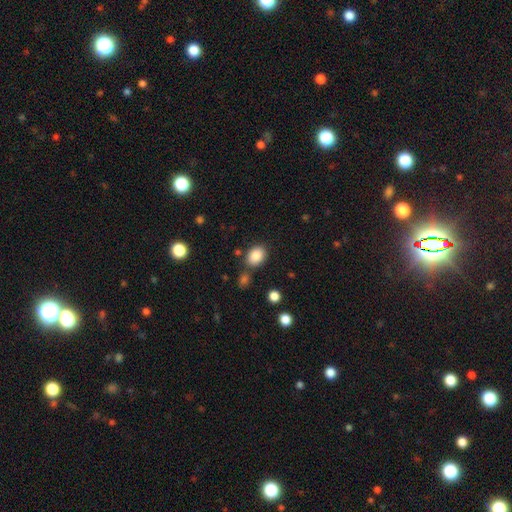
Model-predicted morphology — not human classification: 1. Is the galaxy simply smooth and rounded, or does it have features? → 87% smooth, 9% star or artifact, 5% featured or disk.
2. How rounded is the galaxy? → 68% in between, 31% round, 1% cigar-shaped.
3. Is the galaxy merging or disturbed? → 77% none, 12% minor disturbance, 7% merger, 4% major disturbance.